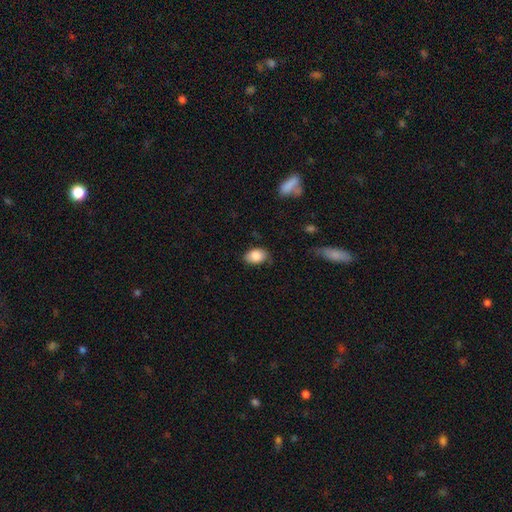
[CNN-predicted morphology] smooth-or-featured: smooth: 86% | star or artifact: 7% | featured or disk: 6%
  how-rounded: in between: 86% | round: 13% | cigar-shaped: 1%
  merging: none: 77% | minor disturbance: 19% | major disturbance: 3% | merger: 1%